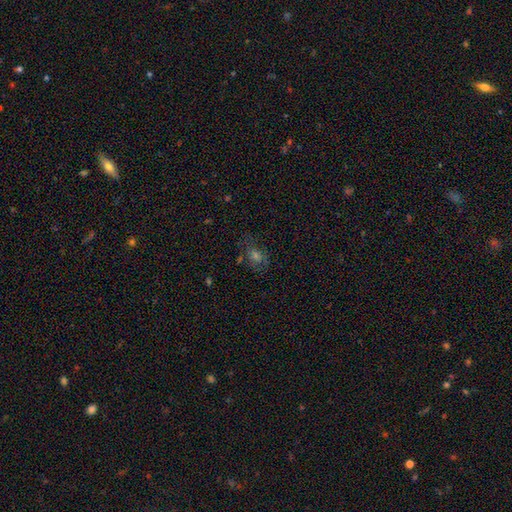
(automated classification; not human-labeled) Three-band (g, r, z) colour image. It shows a smooth galaxy with no disk features (39%). Merging: none (66%).